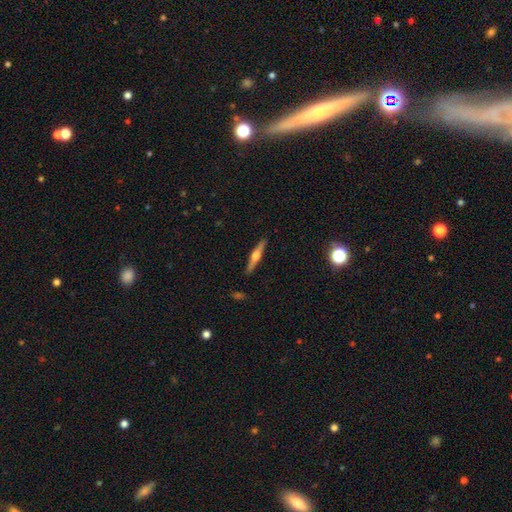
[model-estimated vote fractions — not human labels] Smooth or featured? featured or disk (69%)
Edge-on disk? yes (97%)
Edge-on bulge? rounded (94%)
Merging? none (91%)